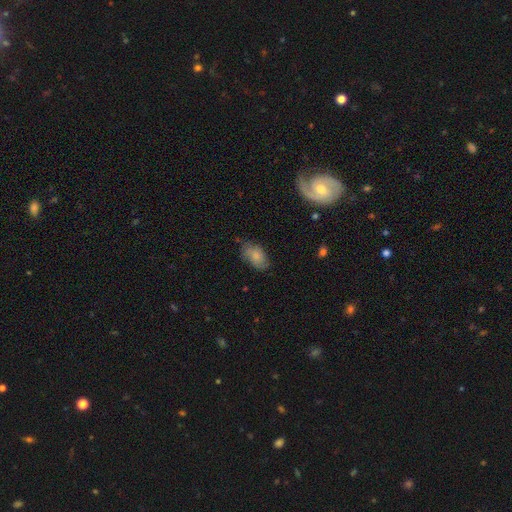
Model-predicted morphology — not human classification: Smooth or featured? Predicted: smooth (p=0.71). How rounded? Predicted: in between (p=0.90). Merging? Predicted: none (p=0.67).